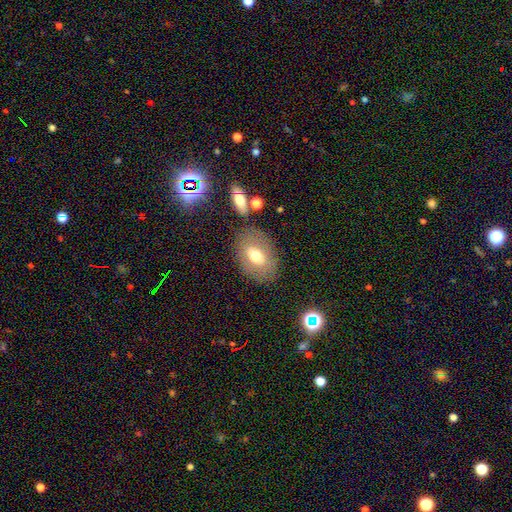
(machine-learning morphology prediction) smooth-or-featured: smooth: 63% | featured or disk: 28% | star or artifact: 9%
  how-rounded: in between: 81% | round: 18% | cigar-shaped: 1%
  merging: none: 75% | minor disturbance: 14% | major disturbance: 6% | merger: 5%